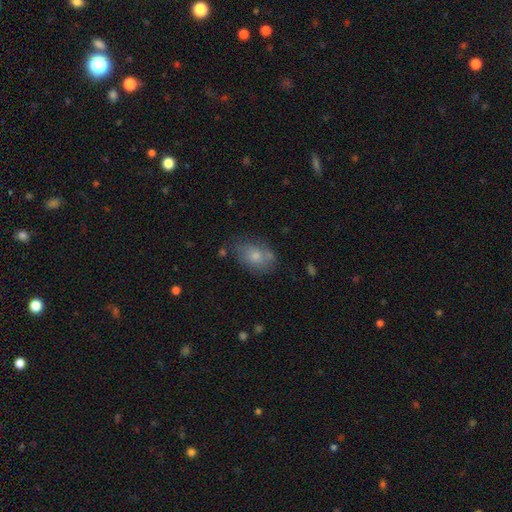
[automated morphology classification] This is likely a smooth galaxy (71%). How rounded: clearly in between (81%). Merging: likely none (62%).